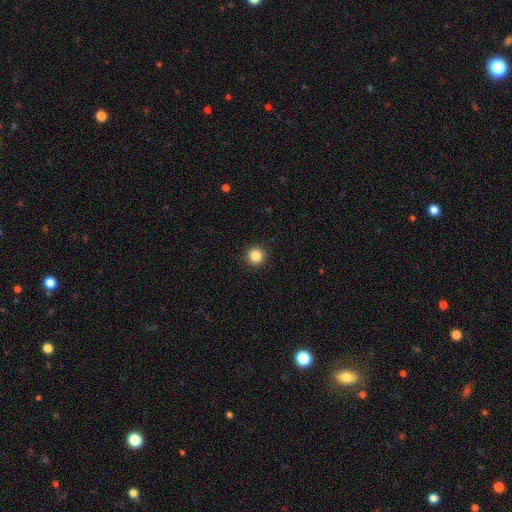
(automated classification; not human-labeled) Q: Smooth or featured?
A: smooth (86%); runner-up: star or artifact (11%)
Q: How rounded?
A: round (96%); runner-up: in between (3%)
Q: Merging?
A: none (93%); runner-up: minor disturbance (4%)